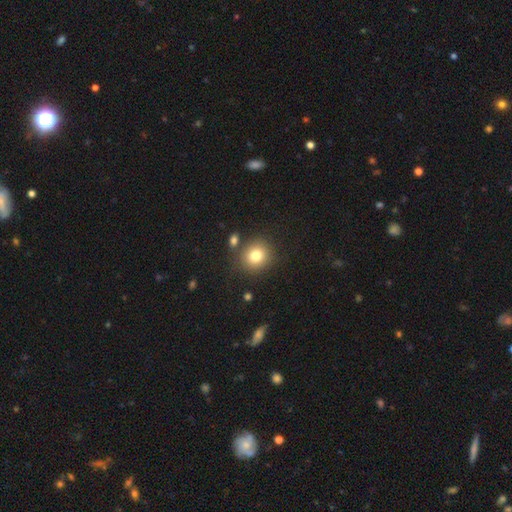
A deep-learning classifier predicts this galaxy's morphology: Smooth or featured?
  - smooth: 80% *
  - star or artifact: 12%
  - featured or disk: 9%
How rounded?
  - round: 85% *
  - in between: 14%
  - cigar-shaped: 1%
Merging?
  - none: 81% *
  - minor disturbance: 9%
  - merger: 7%
  - major disturbance: 3%